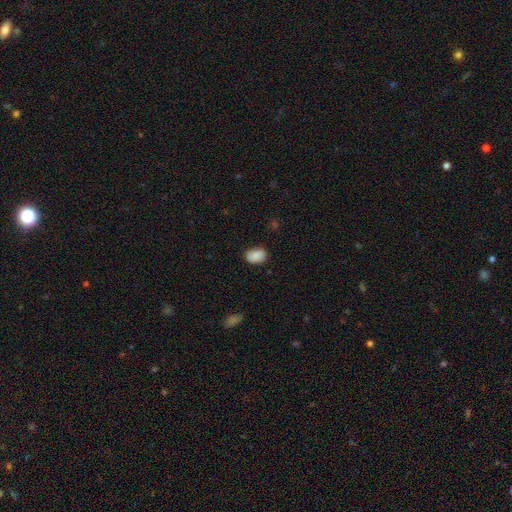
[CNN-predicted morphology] type=smooth (87%); roundness=in between (79%); merging=none (79%).